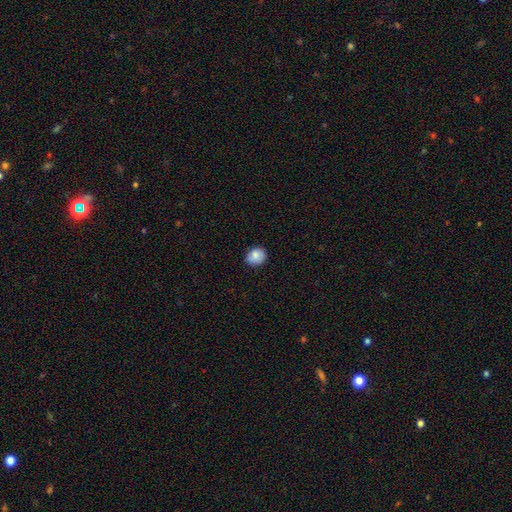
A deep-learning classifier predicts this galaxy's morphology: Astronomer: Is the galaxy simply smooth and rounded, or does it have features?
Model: smooth — 84%.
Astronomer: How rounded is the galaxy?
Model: round — 64%.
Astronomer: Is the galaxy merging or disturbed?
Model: none — 85%.